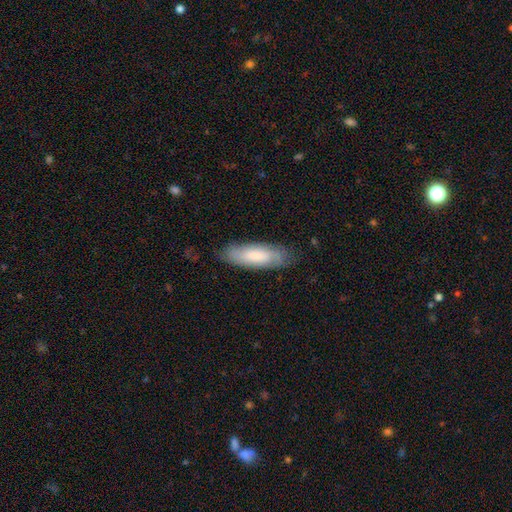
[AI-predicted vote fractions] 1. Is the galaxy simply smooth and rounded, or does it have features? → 65% smooth, 29% featured or disk, 6% star or artifact.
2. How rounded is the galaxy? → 57% in between, 42% cigar-shaped, 2% round.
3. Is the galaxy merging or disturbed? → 78% none, 17% minor disturbance, 4% major disturbance, 1% merger.